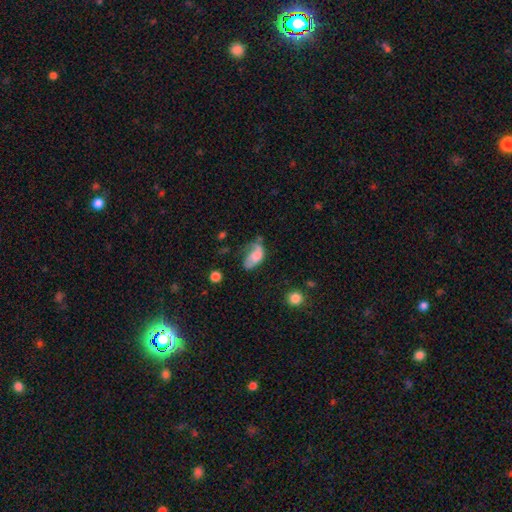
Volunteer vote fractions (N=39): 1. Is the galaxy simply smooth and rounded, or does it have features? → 67% smooth, 26% featured or disk, 8% star or artifact.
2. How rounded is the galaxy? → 96% in between, 4% round, 0% cigar-shaped.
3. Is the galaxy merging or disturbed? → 53% major disturbance, 25% none, 17% minor disturbance, 6% merger.